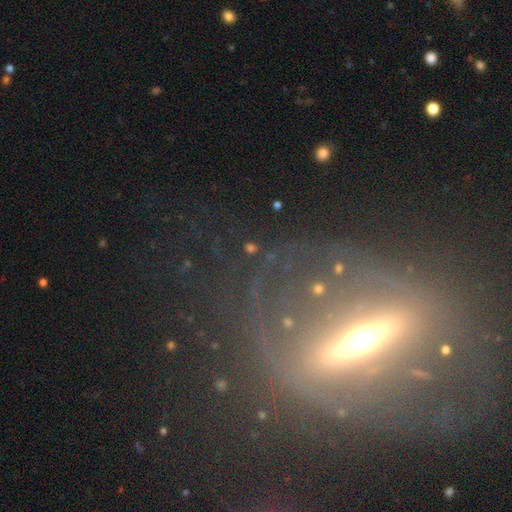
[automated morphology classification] Overall: featured or disk (69%). Edge-on disk: yes (64%; no 36%). Merging: none (64%).